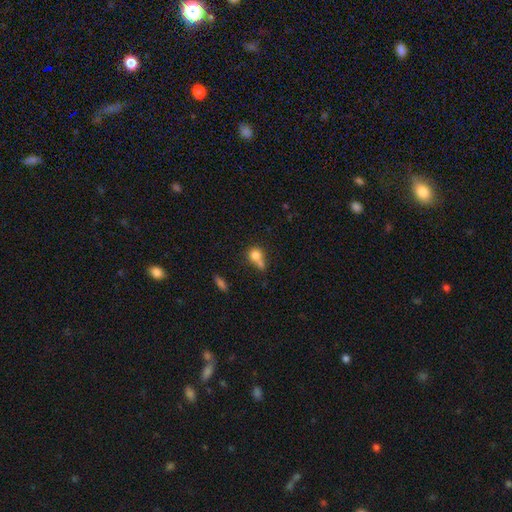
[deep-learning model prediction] Smooth or featured?
  - smooth: 77% *
  - featured or disk: 13%
  - star or artifact: 10%
How rounded?
  - round: 74% *
  - in between: 24%
  - cigar-shaped: 2%
Merging?
  - merger: 47% *
  - none: 34%
  - minor disturbance: 13%
  - major disturbance: 7%